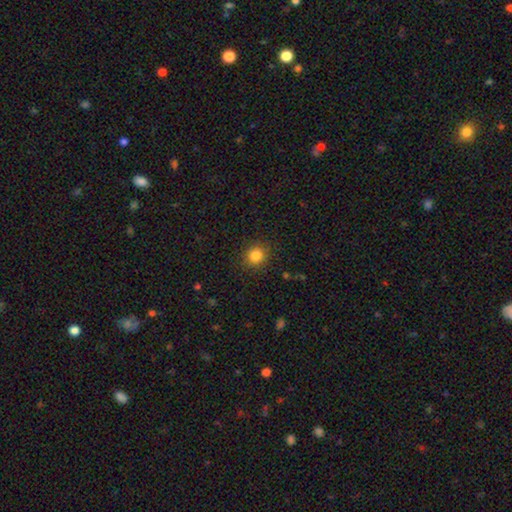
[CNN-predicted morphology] This is clearly a smooth galaxy (83%). How rounded: clearly round (84%). Merging: clearly none (88%).